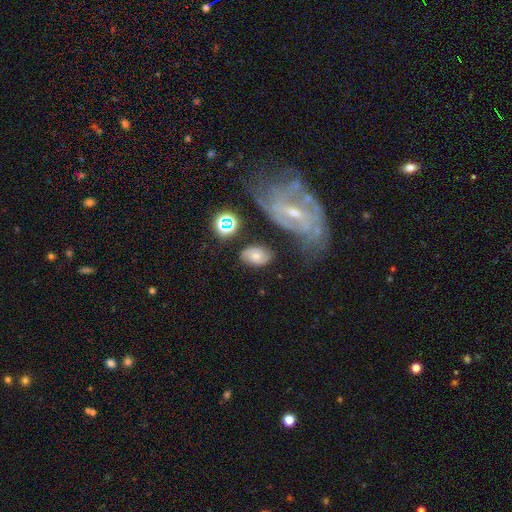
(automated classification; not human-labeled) Smooth or featured? Predicted: smooth (p=0.47). Merging? Predicted: none (p=0.68).